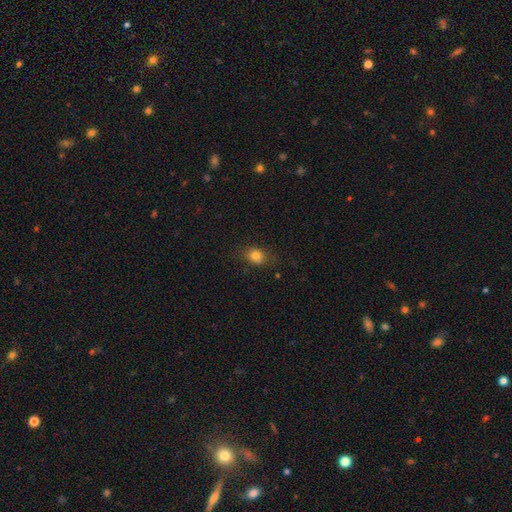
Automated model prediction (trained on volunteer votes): Morphology: type=smooth (79%); roundness=in between (56%); merging=none (76%).